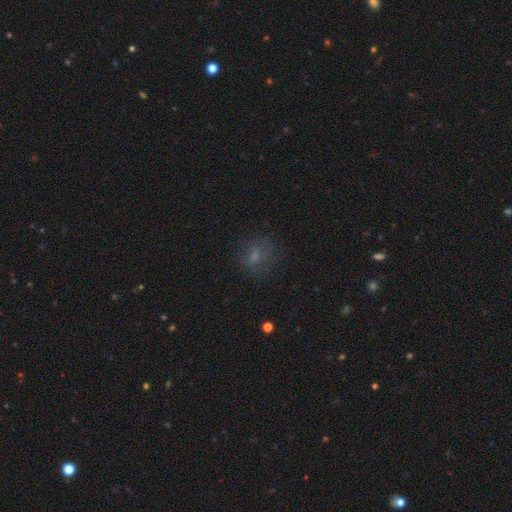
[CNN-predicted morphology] type=smooth (60%); roundness=round (57%); merging=none (70%).